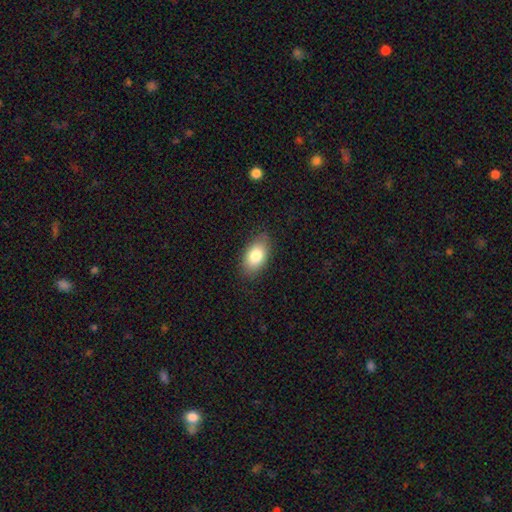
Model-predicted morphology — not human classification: Overall: smooth (82%). How rounded: in between (92%). Merging: none (84%).